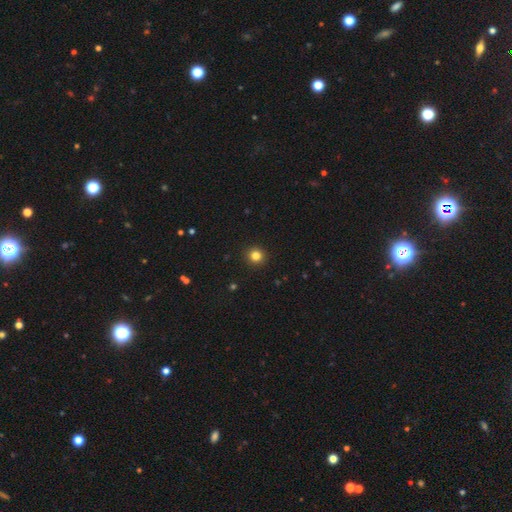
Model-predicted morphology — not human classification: Q: Smooth or featured?
A: smooth (82%); runner-up: star or artifact (13%)
Q: How rounded?
A: round (93%); runner-up: in between (6%)
Q: Merging?
A: none (93%); runner-up: minor disturbance (4%)